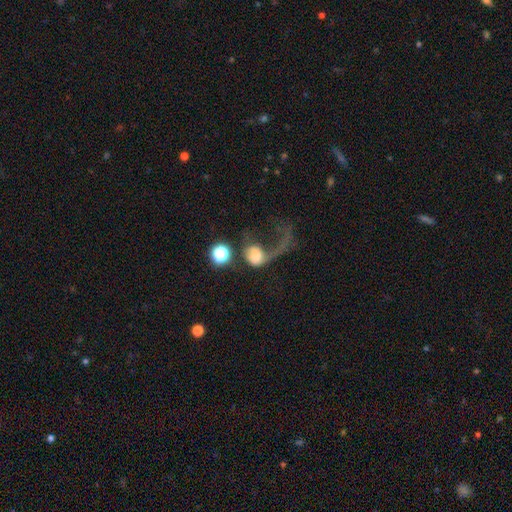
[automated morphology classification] smooth_or_featured: smooth (p=0.50) [alt: featured or disk p=0.38]
how_rounded: round (p=0.59) [alt: in between p=0.39]
merging: major disturbance (p=0.63) [alt: merger p=0.15]